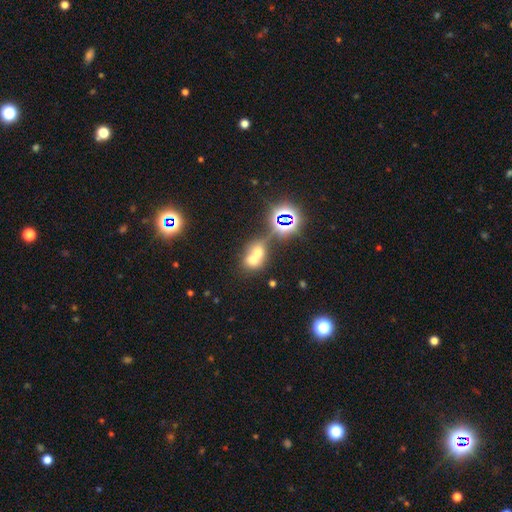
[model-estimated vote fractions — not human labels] smooth 57%, star or artifact 22%, featured or disk 21%. Down the decision tree: how rounded — round (61%); merging — merger (69%).